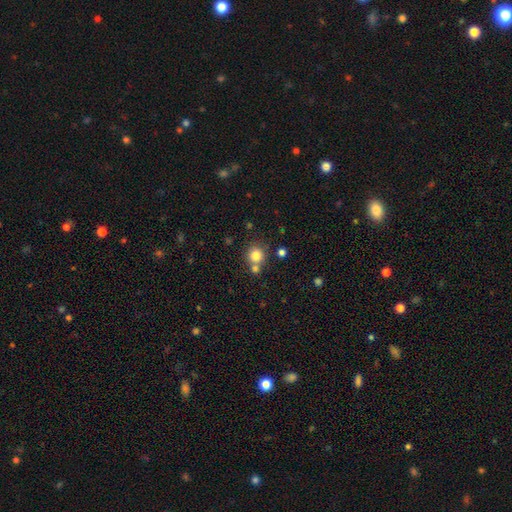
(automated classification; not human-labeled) This is clearly a smooth galaxy (80%). How rounded: clearly round (90%). Merging: likely none (64%).